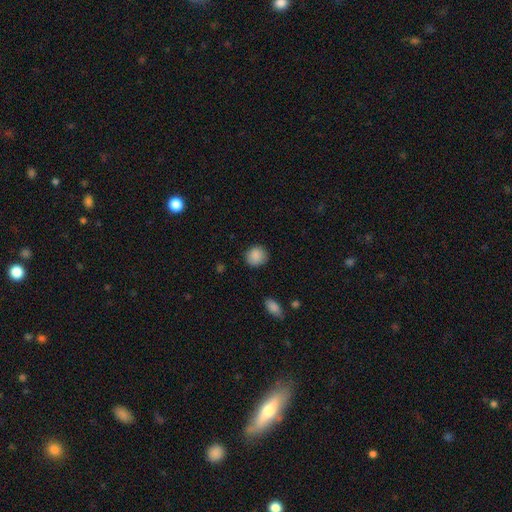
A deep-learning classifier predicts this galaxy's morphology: Smooth or featured? Predicted: smooth (p=0.89). How rounded? Predicted: round (p=0.85). Merging? Predicted: none (p=0.86).